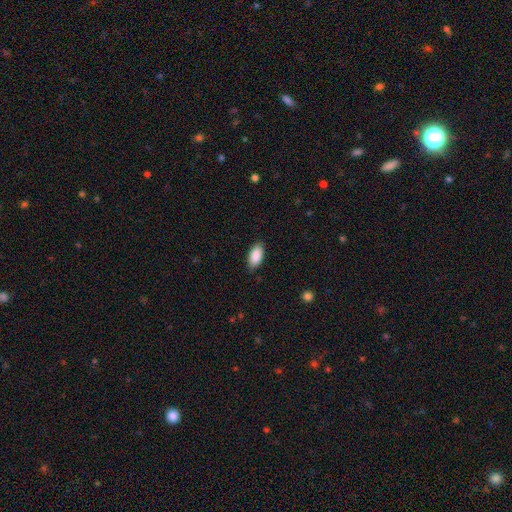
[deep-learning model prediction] A smooth galaxy with no disk features (90%) that is in between round and cigar-shaped (93%). Merging: none (86%).